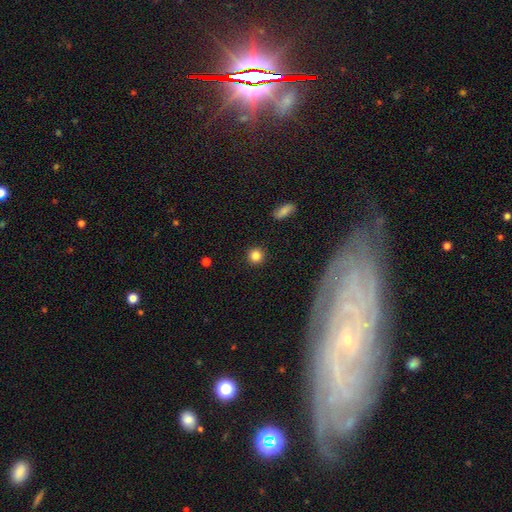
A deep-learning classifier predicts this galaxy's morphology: Smooth or featured?
  - smooth: 85% *
  - star or artifact: 11%
  - featured or disk: 5%
How rounded?
  - round: 93% *
  - in between: 6%
  - cigar-shaped: 1%
Merging?
  - none: 91% *
  - minor disturbance: 5%
  - major disturbance: 2%
  - merger: 1%